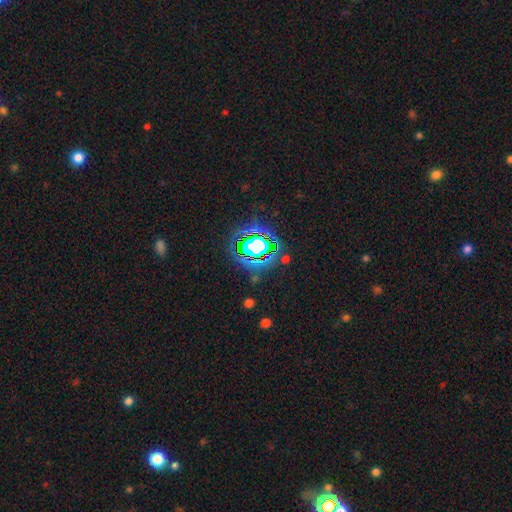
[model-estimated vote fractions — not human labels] Smooth or featured: star or artifact — 82% (smooth — 10%)